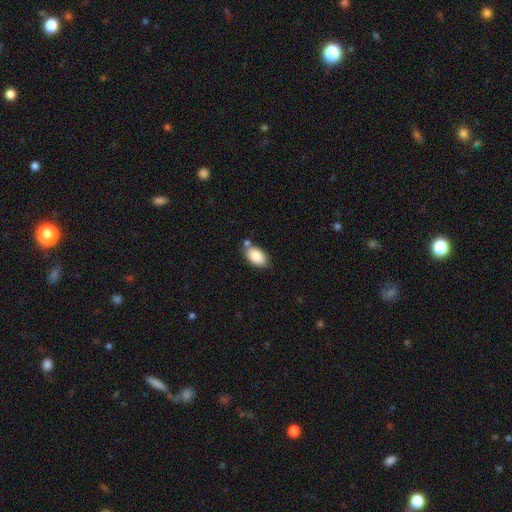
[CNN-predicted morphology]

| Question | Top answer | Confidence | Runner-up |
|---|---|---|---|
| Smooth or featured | smooth | 83% | featured or disk (9%) |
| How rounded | in between | 92% | round (6%) |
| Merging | none | 64% | minor disturbance (17%) |